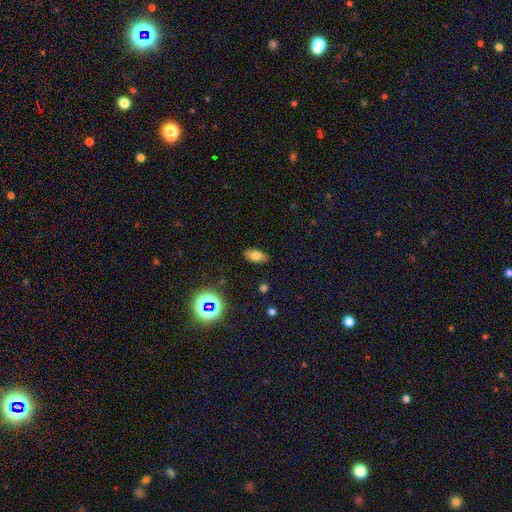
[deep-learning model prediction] Smooth or featured? smooth (75%)
How rounded? in between (89%)
Merging? none (85%)